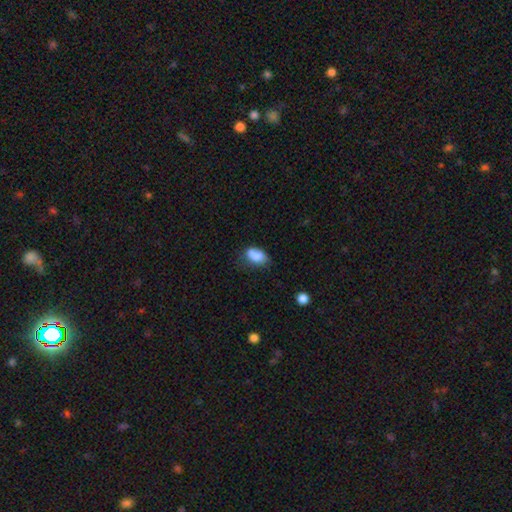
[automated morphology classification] type=smooth (80%); roundness=in between (88%); merging=none (48%).